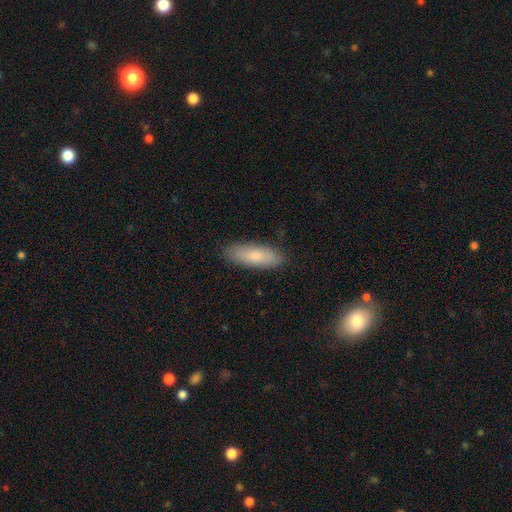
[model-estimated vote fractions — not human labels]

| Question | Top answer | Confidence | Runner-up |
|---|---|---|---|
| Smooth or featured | smooth | 78% | featured or disk (17%) |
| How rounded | in between | 64% | cigar-shaped (35%) |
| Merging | none | 86% | minor disturbance (11%) |